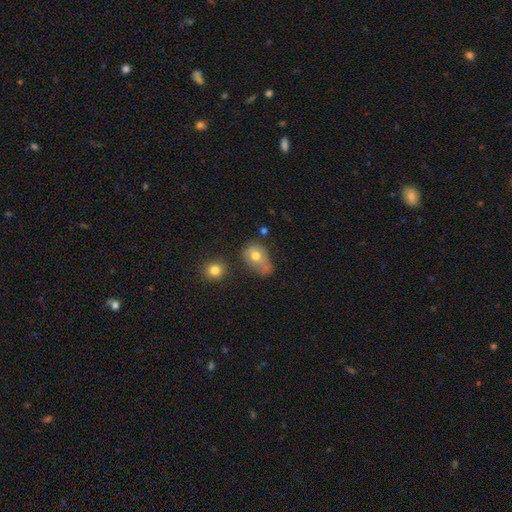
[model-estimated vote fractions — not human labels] Morphology: type=smooth (67%); roundness=in between (63%); merging=minor disturbance (29%, tied with none).